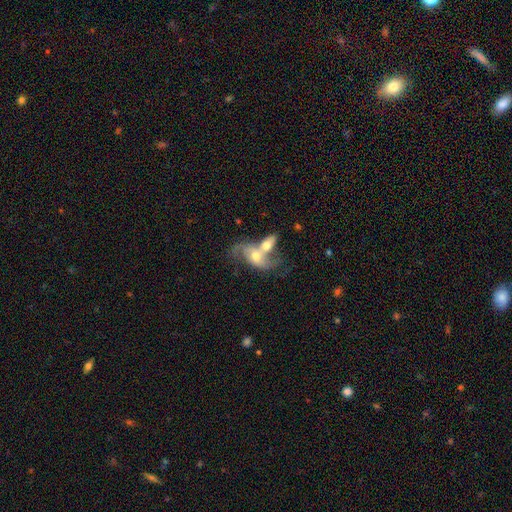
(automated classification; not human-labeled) Smooth or featured?
  - featured or disk: 60% *
  - smooth: 32%
  - star or artifact: 7%
Edge-on disk?
  - no: 93% *
  - yes: 7%
Bar?
  - no: 67% *
  - weak: 26%
  - strong: 7%
Spiral arms?
  - yes: 70% *
  - no: 30%
Bulge size?
  - moderate: 64% *
  - small: 21%
  - large: 10%
  - none: 3%
  - dominant: 2%
Merging?
  - merger: 73% *
  - none: 12%
  - major disturbance: 8%
  - minor disturbance: 6%